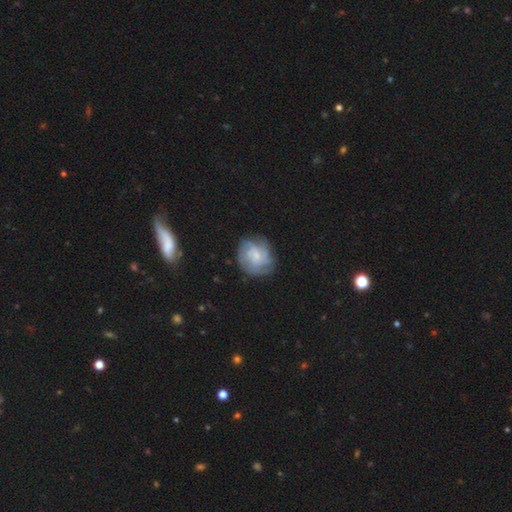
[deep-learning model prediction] featured or disk 64%, smooth 28%, star or artifact 7%. Down the decision tree: edge-on disk — no (98%); bar — no (63%); spiral arms — yes (87%); spiral arm count — can't tell (39%); spiral winding — tight (51%); bulge size — small (56%); merging — none (71%).